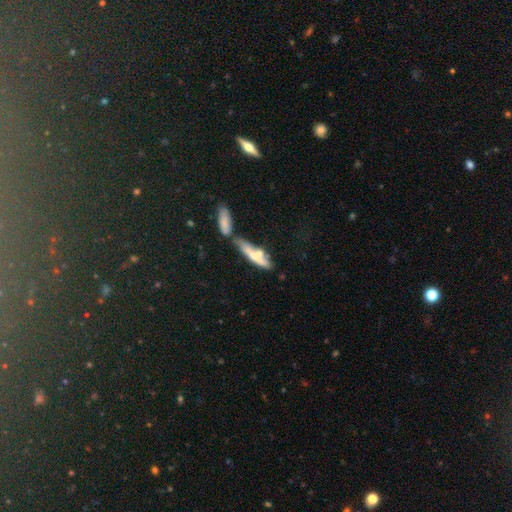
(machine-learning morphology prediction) Smooth or featured? smooth (57%)
How rounded? cigar-shaped (71%)
Merging? merger (41%)